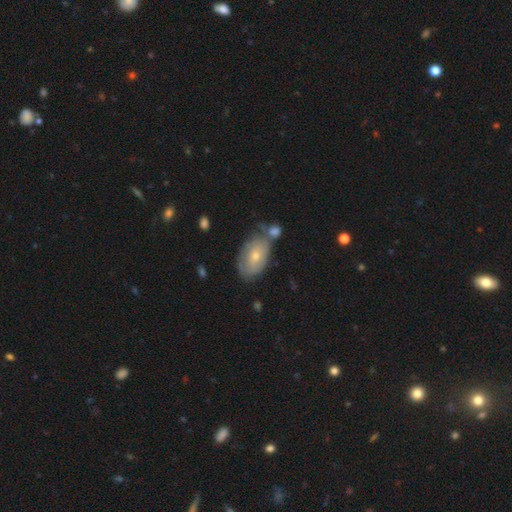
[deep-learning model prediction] Smooth or featured?
  - smooth: 58% *
  - featured or disk: 35%
  - star or artifact: 7%
How rounded?
  - in between: 89% *
  - round: 10%
  - cigar-shaped: 2%
Merging?
  - none: 51% *
  - minor disturbance: 23%
  - merger: 18%
  - major disturbance: 7%